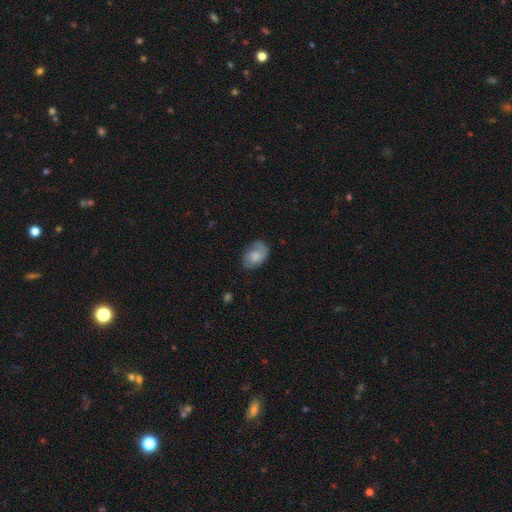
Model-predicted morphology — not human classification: Q: Smooth or featured?
A: smooth (68%); runner-up: featured or disk (24%)
Q: How rounded?
A: in between (84%); runner-up: round (15%)
Q: Merging?
A: none (72%); runner-up: minor disturbance (21%)